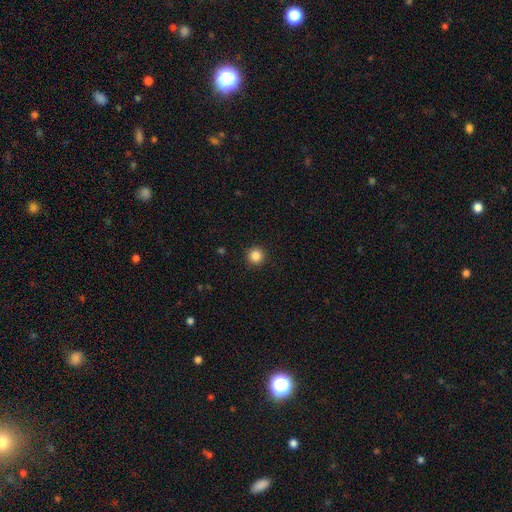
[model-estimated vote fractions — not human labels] Smooth or featured? smooth (85%)
How rounded? round (96%)
Merging? none (93%)